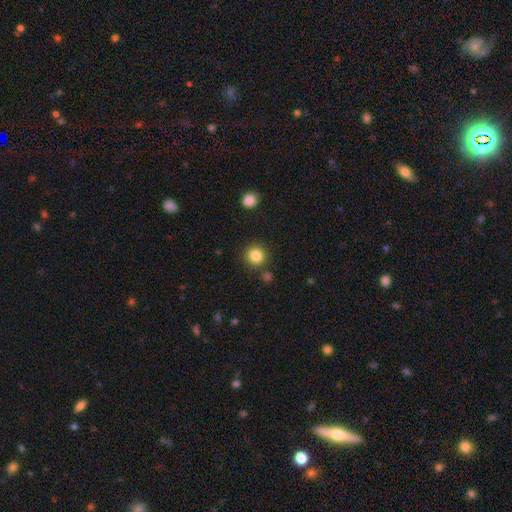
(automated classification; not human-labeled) smooth-or-featured: smooth: 85% | star or artifact: 11% | featured or disk: 5%
  how-rounded: round: 93% | in between: 7% | cigar-shaped: 1%
  merging: none: 87% | minor disturbance: 7% | merger: 4% | major disturbance: 2%